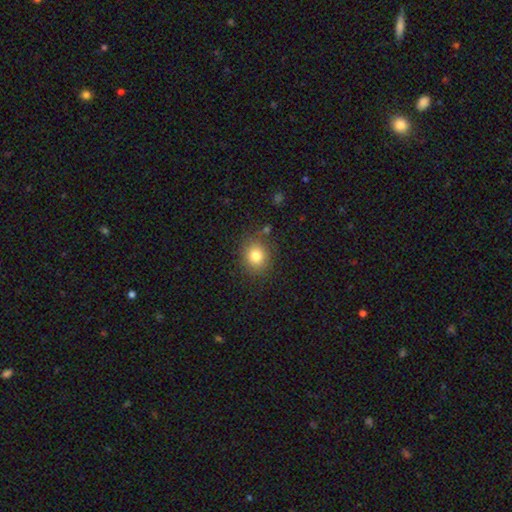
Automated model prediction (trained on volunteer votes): The model was most divided on "how rounded": round: 75%, in between: 24%, cigar-shaped: 1%. More confident: merging — none (83%); smooth or featured — smooth (80%).